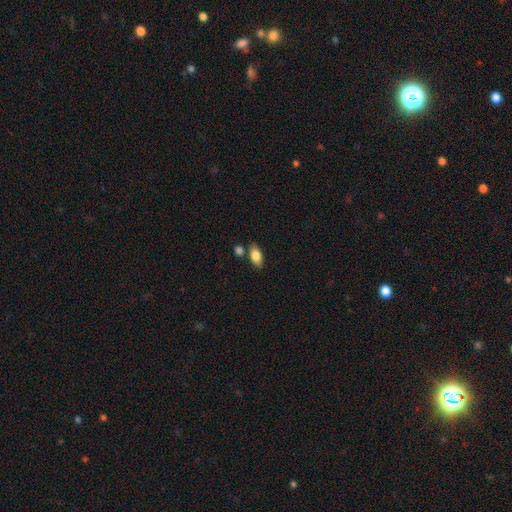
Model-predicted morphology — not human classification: The model was most divided on "merging": none: 76%, minor disturbance: 12%, merger: 10%, major disturbance: 3%. More confident: how rounded — in between (90%); smooth or featured — smooth (83%).